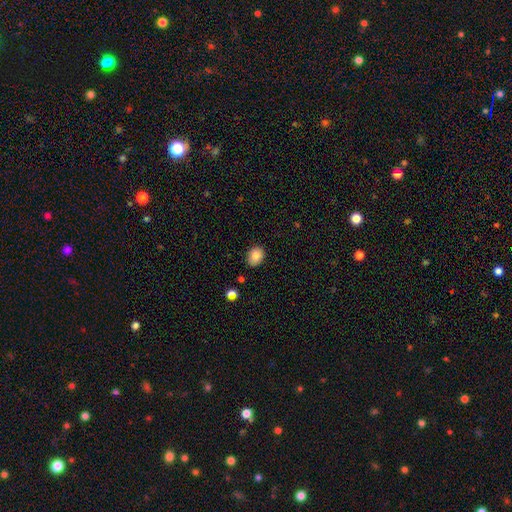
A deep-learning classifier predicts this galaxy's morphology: Smooth or featured? Predicted: smooth (p=0.86). How rounded? Predicted: in between (p=0.63). Merging? Predicted: none (p=0.84).